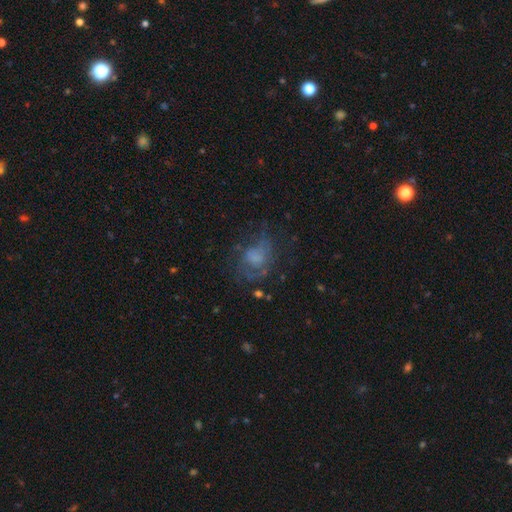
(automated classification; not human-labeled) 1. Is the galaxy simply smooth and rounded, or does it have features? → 50% featured or disk, 34% smooth, 16% star or artifact.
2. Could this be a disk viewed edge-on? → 97% no, 3% yes.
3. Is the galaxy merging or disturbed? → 48% none, 28% major disturbance, 22% minor disturbance, 3% merger.